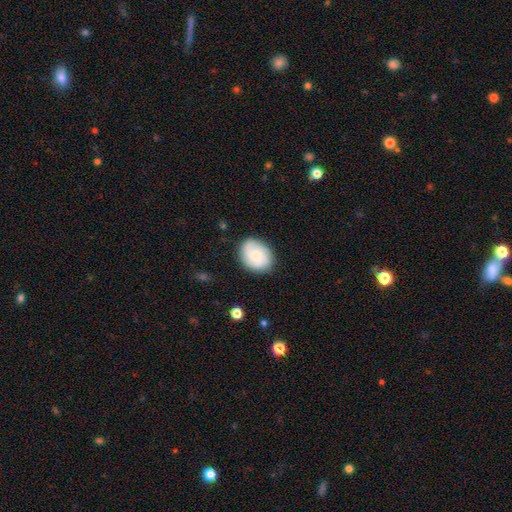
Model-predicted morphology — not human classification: Q: Smooth or featured?
A: featured or disk (51%); runner-up: smooth (42%)
Q: Edge-on disk?
A: no (98%); runner-up: yes (2%)
Q: Merging?
A: none (82%); runner-up: minor disturbance (14%)